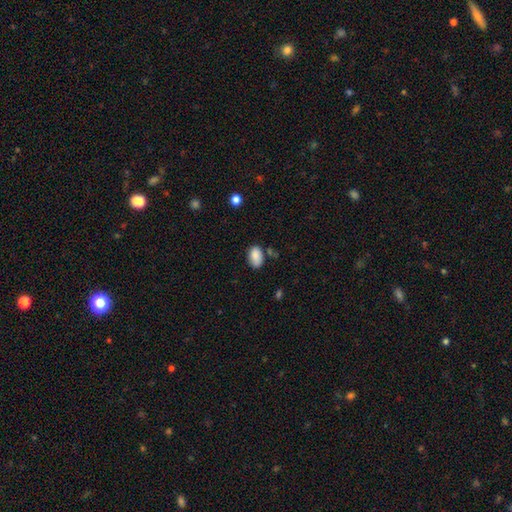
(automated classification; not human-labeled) Morphology: type=smooth (87%); roundness=in between (91%); merging=none (71%).